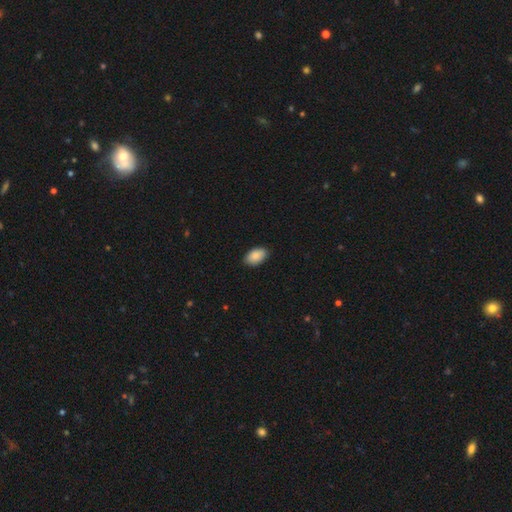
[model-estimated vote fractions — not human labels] smooth 89%, star or artifact 7%, featured or disk 4%. Down the decision tree: how rounded — in between (94%); merging — none (88%).